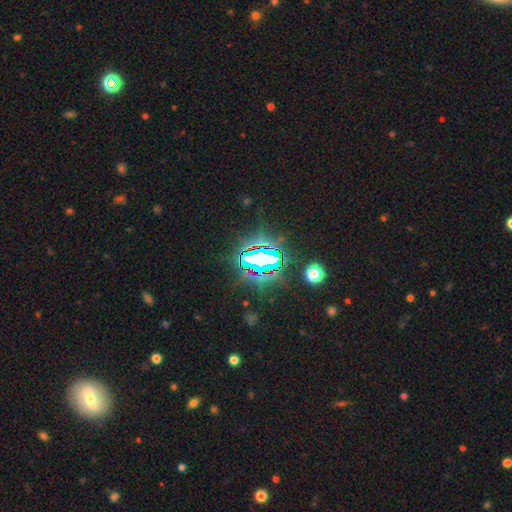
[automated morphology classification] A star or artifact, not a galaxy (80%).

Vote fractions:
- Smooth or featured? star or artifact: 80% / smooth: 11% / featured or disk: 9%